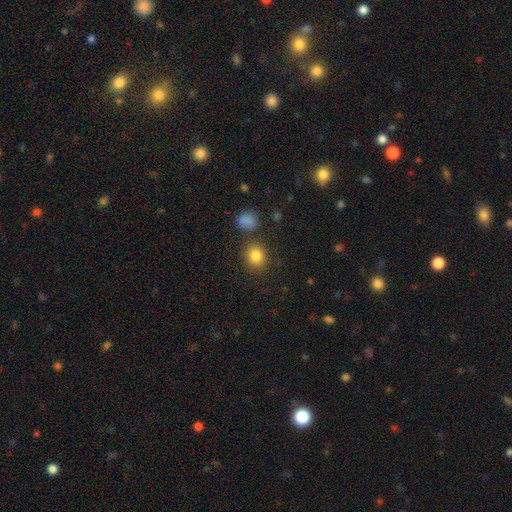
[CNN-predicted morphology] smooth_or_featured: smooth (p=0.85) [alt: star or artifact p=0.11]
how_rounded: round (p=0.77) [alt: in between p=0.22]
merging: none (p=0.80) [alt: minor disturbance p=0.10]